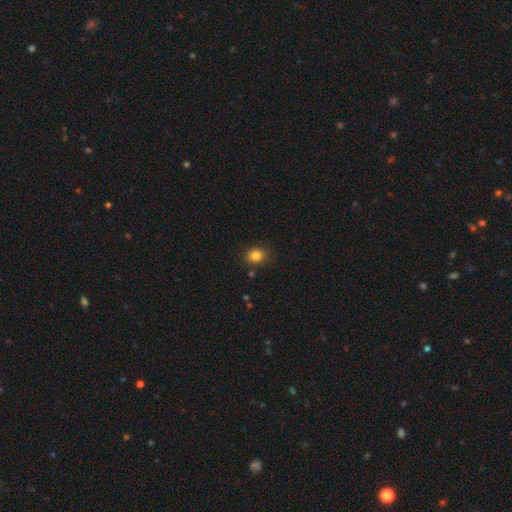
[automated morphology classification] type=smooth (83%); roundness=round (50%); merging=none (85%).